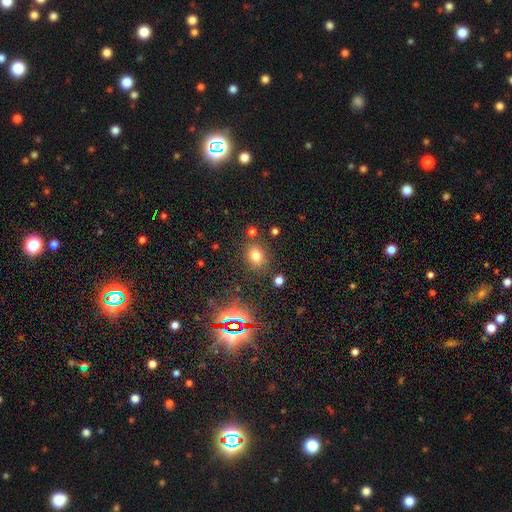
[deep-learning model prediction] Morphology: type=smooth (71%); roundness=round (52%); merging=none (78%).